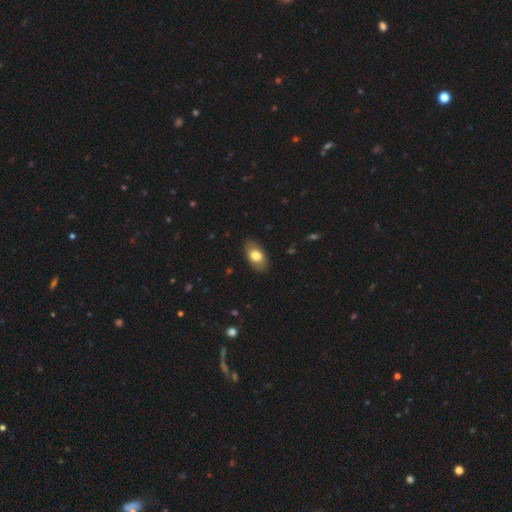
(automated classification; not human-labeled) smooth_or_featured: smooth (p=0.78) [alt: featured or disk p=0.16]
how_rounded: in between (p=0.91) [alt: round p=0.06]
merging: none (p=0.87) [alt: minor disturbance p=0.10]